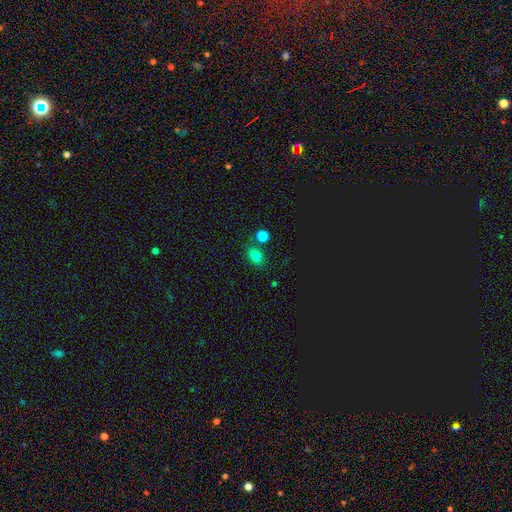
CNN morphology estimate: A smooth galaxy with no disk features (79%) that is in between round and cigar-shaped (71%). Merging: none (69%).